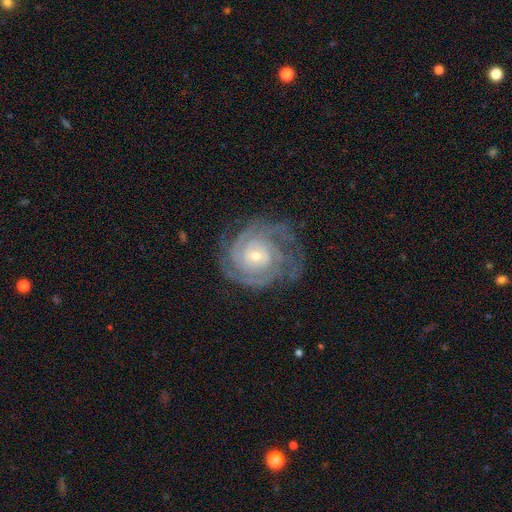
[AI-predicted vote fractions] A featured or disk galaxy (89%) with no bar (70%), tight (77%) spiral arms (97%) and a small central bulge (62%).

Vote fractions:
- Smooth or featured? featured or disk: 89% / smooth: 6% / star or artifact: 5%
- Edge-on disk? no: 98% / yes: 2%
- Bar? no: 70% / weak: 23% / strong: 6%
- Spiral arms? yes: 97% / no: 3%
- Spiral winding? tight: 77% / medium: 19% / loose: 3%
- Spiral arm count? can't tell: 26% / 3: 24% / 2: 21% / 4: 16% / more than 4: 7% / 1: 6%
- Bulge size? small: 62% / moderate: 34% / large: 2% / none: 1% / dominant: 1%
- Merging? none: 71% / minor disturbance: 18% / major disturbance: 9% / merger: 1%